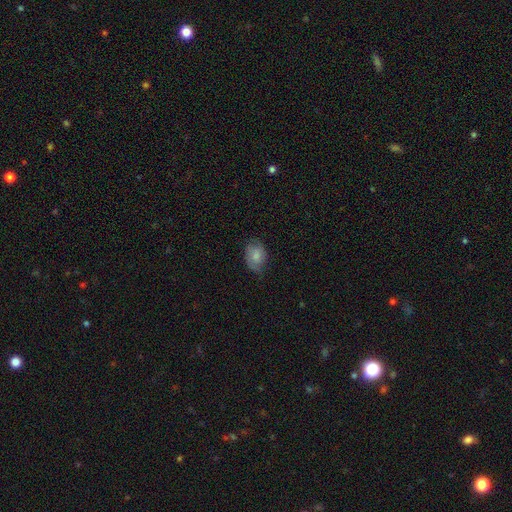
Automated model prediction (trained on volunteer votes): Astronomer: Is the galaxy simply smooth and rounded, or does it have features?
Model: smooth — 73%.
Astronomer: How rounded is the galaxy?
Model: in between — 74%.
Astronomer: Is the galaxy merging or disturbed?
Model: none — 63%.